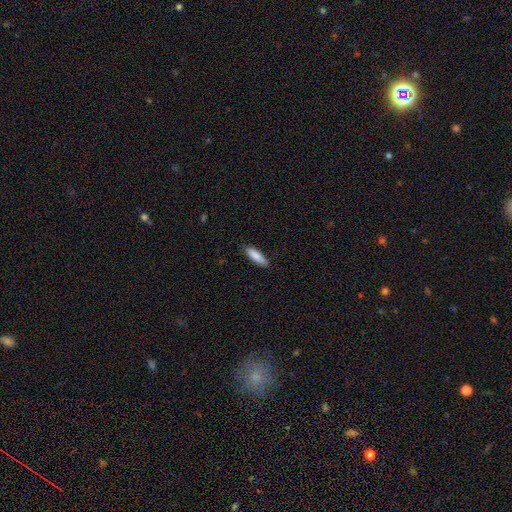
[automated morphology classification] smooth-or-featured: smooth: 85% | featured or disk: 9% | star or artifact: 6%
  how-rounded: cigar-shaped: 65% | in between: 33% | round: 1%
  merging: none: 86% | minor disturbance: 11% | major disturbance: 2% | merger: 1%